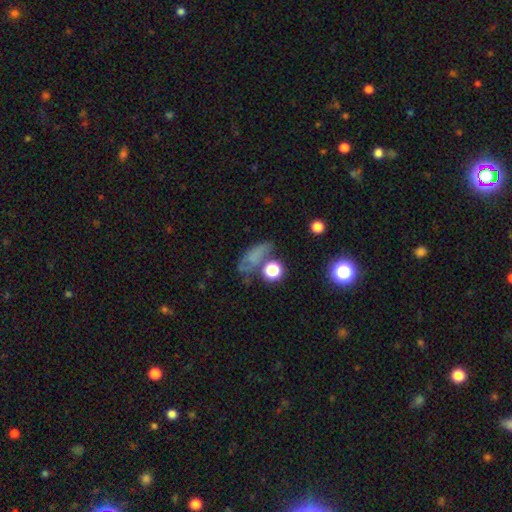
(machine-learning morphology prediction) A smooth galaxy with no disk features (60%) that is in between round and cigar-shaped (60%). Merging: none (47%).